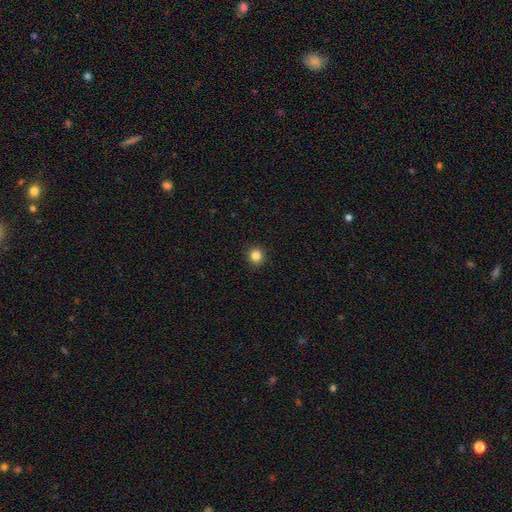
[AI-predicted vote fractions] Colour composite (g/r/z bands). It shows a smooth galaxy with no disk features (84%) that is round (92%). Merging: none (92%).